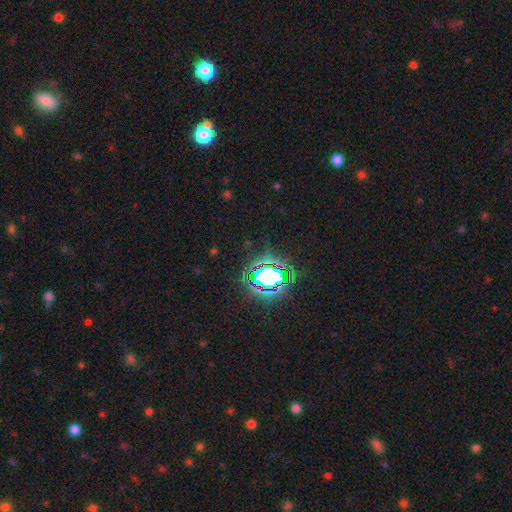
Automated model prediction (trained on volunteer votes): smooth_or_featured: star or artifact (p=0.81) [alt: smooth p=0.12]